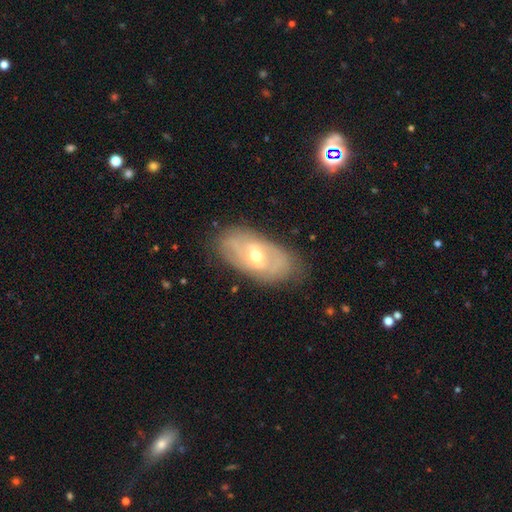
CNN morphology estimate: featured or disk 71%, smooth 22%, star or artifact 7%. Down the decision tree: edge-on disk — no (91%); bar — weak (48%); spiral arms — yes (64%); bulge size — moderate (64%); merging — none (77%).